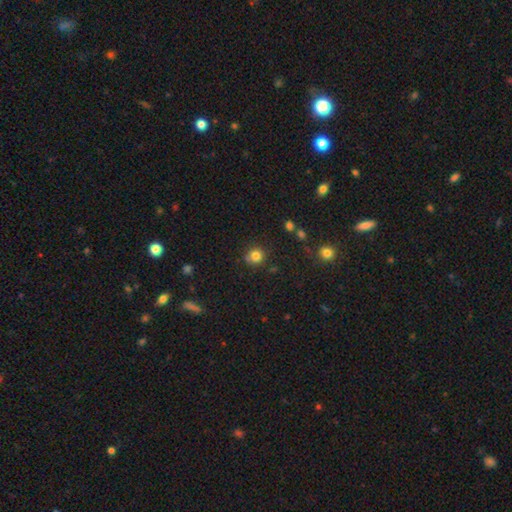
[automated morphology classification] smooth-or-featured: smooth: 82% | star or artifact: 12% | featured or disk: 6%
  how-rounded: round: 88% | in between: 11% | cigar-shaped: 1%
  merging: none: 78% | minor disturbance: 15% | major disturbance: 4% | merger: 3%